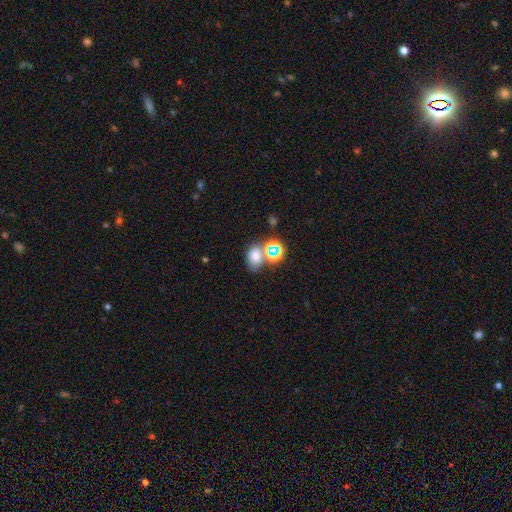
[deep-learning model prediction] A smooth galaxy with no disk features (65%) that is in between round and cigar-shaped (63%).

Vote fractions:
- Smooth or featured? smooth: 65% / star or artifact: 24% / featured or disk: 11%
- How rounded? in between: 63% / round: 36% / cigar-shaped: 1%
- Merging? none: 50% / merger: 30% / minor disturbance: 13% / major disturbance: 7%